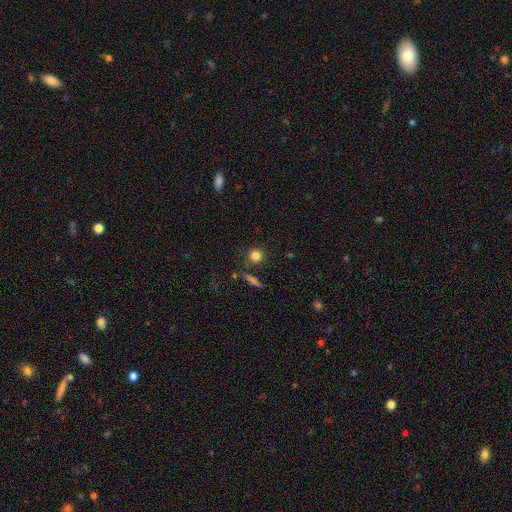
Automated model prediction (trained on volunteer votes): Smooth or featured?
  - smooth: 82% *
  - star or artifact: 12%
  - featured or disk: 6%
How rounded?
  - round: 88% *
  - in between: 10%
  - cigar-shaped: 2%
Merging?
  - none: 82% *
  - minor disturbance: 9%
  - merger: 5%
  - major disturbance: 3%